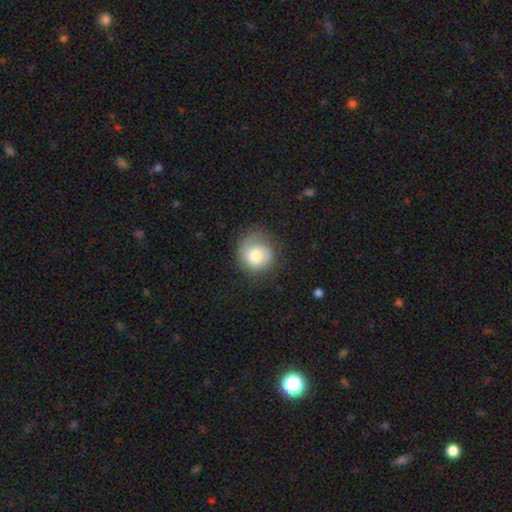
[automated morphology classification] type=smooth (76%); roundness=round (85%); merging=none (62%).